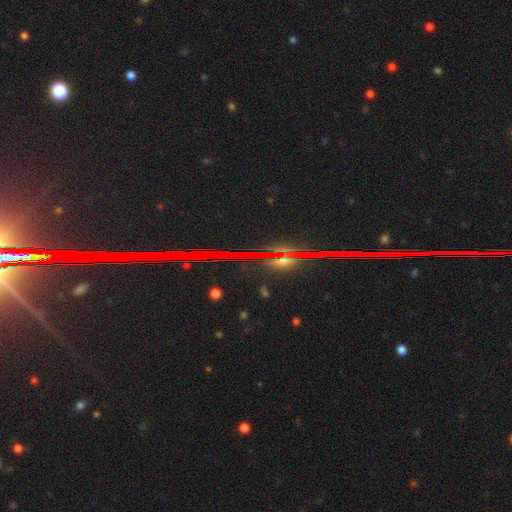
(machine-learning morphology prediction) smooth_or_featured: star or artifact (p=0.77) [alt: featured or disk p=0.15]